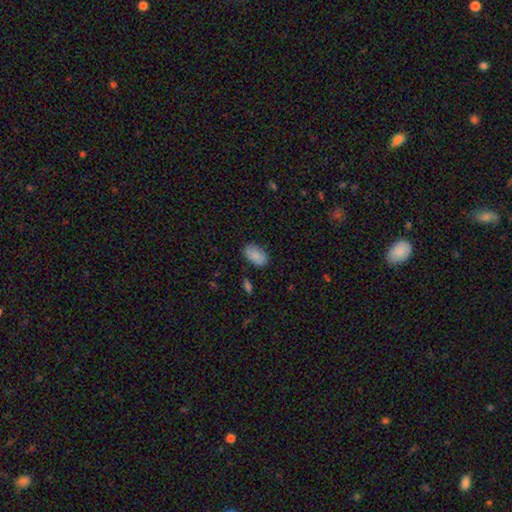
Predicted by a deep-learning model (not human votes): Overall: smooth (87%). How rounded: in between (92%). Merging: none (82%).